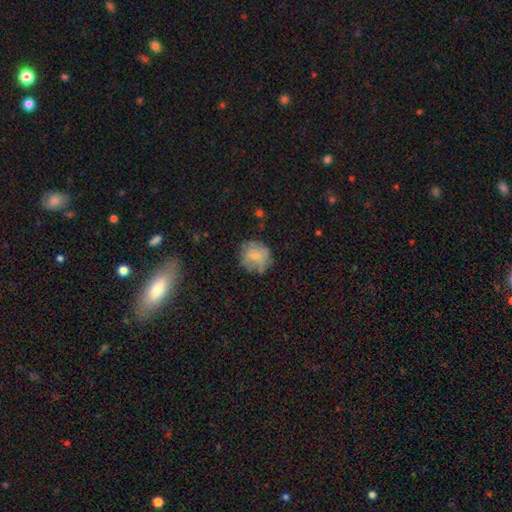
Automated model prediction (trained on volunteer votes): Morphology: type=smooth (65%); roundness=round (88%); merging=none (70%).